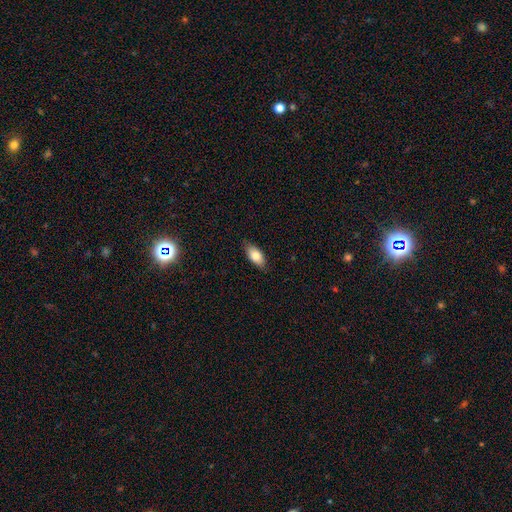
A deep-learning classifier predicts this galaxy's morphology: This is clearly a smooth galaxy (80%). How rounded: clearly in between (89%). Merging: clearly none (84%).